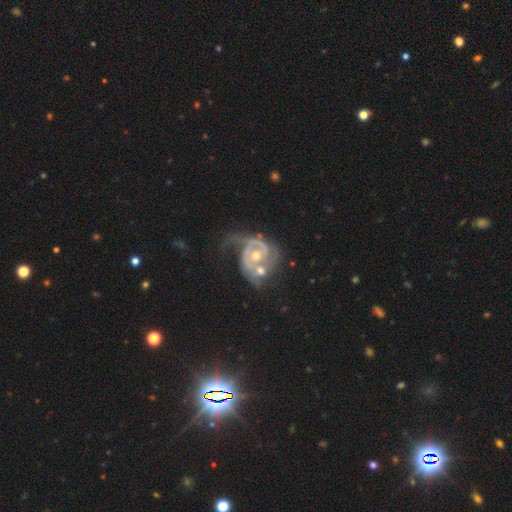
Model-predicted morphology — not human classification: smooth-or-featured: featured or disk: 86% | smooth: 8% | star or artifact: 6%
  disk-edge-on: no: 98% | yes: 2%
    bar: no: 64% | weak: 27% | strong: 9%
    has-spiral-arms: yes: 91% | no: 9%
      spiral-winding: tight: 42% | medium: 38% | loose: 19%
      spiral-arm-count: 2: 55% | can't tell: 16% | 1: 15% | 3: 8% | 4: 3% | more than 4: 2%
    bulge-size: moderate: 63% | small: 31% | large: 3% | none: 2% | dominant: 1%
  merging: merger: 39% | major disturbance: 24% | none: 22% | minor disturbance: 15%